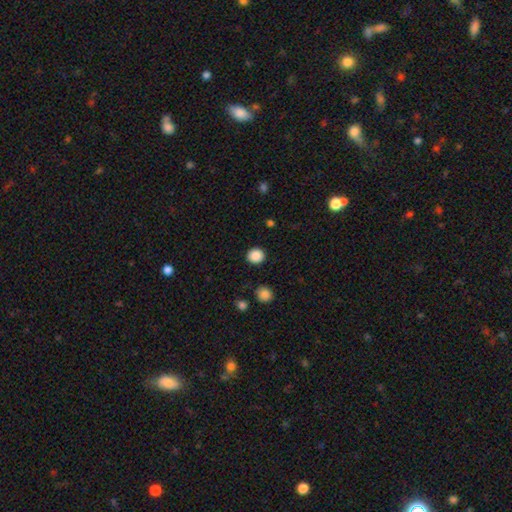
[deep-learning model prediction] Overall: smooth (88%). How rounded: round (88%). Merging: none (91%).